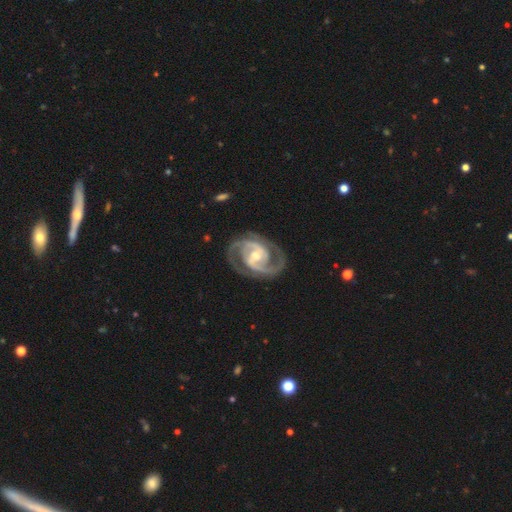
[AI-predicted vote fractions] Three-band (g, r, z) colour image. It shows a featured or disk galaxy (93%) with a weak bar (45%), 2 (84%) medium (51%) spiral arms (98%) and a moderate central bulge (62%). Merging: none (79%).